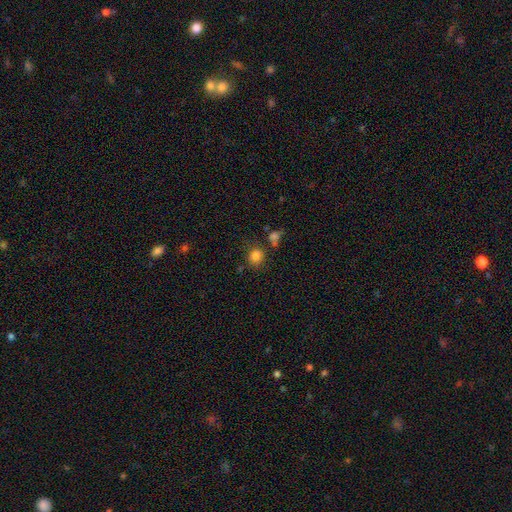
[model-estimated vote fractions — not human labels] Morphology: type=smooth (82%); roundness=round (76%); merging=none (72%).